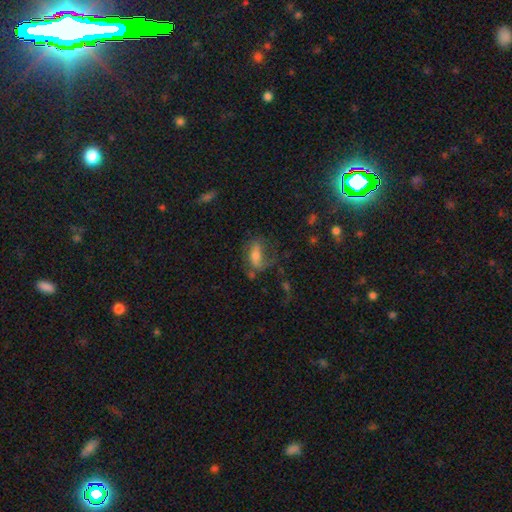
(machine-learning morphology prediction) Smooth or featured? featured or disk (44%, tied with smooth)
Merging? none (41%)